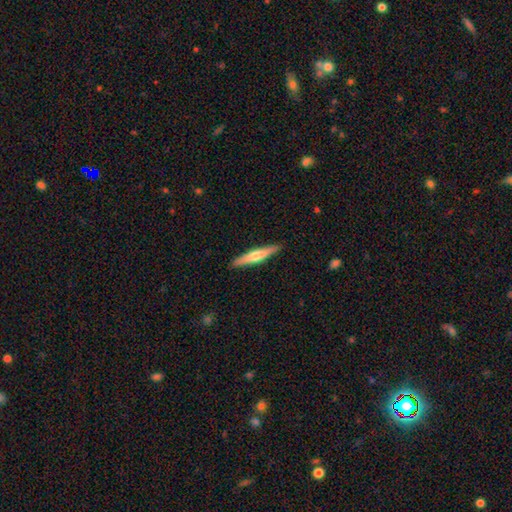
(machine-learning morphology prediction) This is possibly a featured or disk galaxy (48%). Merging: clearly none (91%).